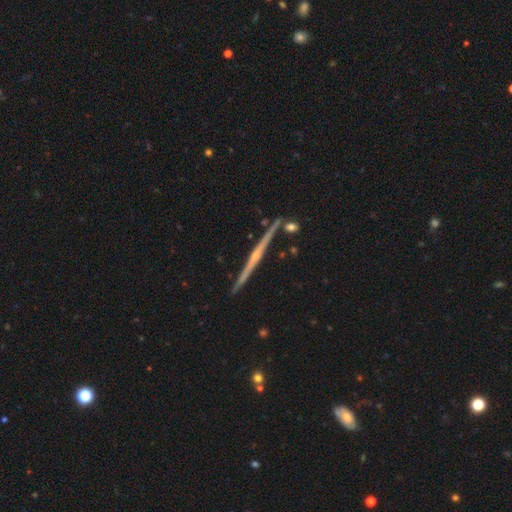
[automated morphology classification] This appears to be a featured or disk galaxy (86%) viewed edge-on (98%) with a rounded central bulge (73%). Merging: none (86%).